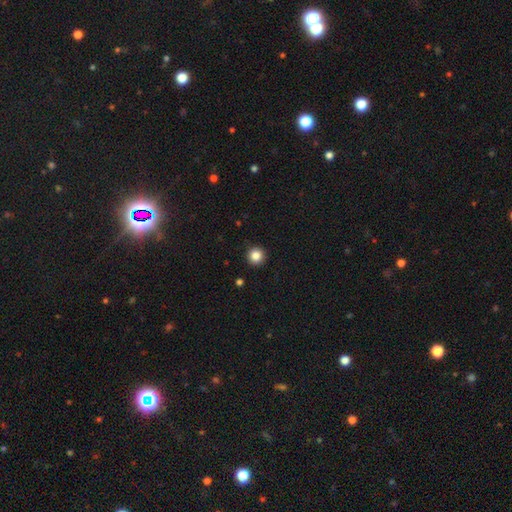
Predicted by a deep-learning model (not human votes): smooth-or-featured: smooth: 85% | star or artifact: 11% | featured or disk: 5%
  how-rounded: round: 96% | in between: 3% | cigar-shaped: 1%
  merging: none: 93% | minor disturbance: 4% | major disturbance: 1% | merger: 1%